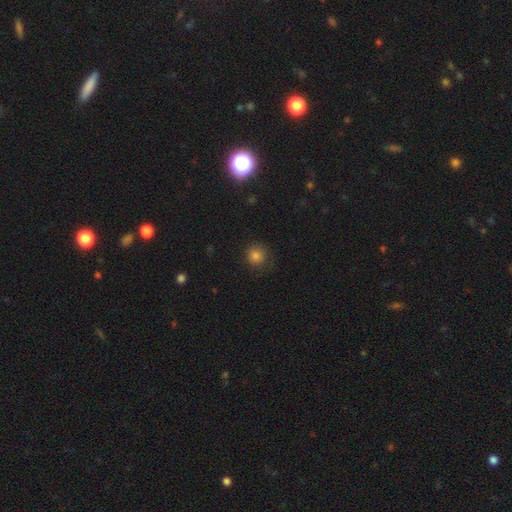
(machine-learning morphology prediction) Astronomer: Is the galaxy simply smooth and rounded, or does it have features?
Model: smooth — 82%.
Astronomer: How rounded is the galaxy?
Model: round — 91%.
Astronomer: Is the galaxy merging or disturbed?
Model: none — 82%.